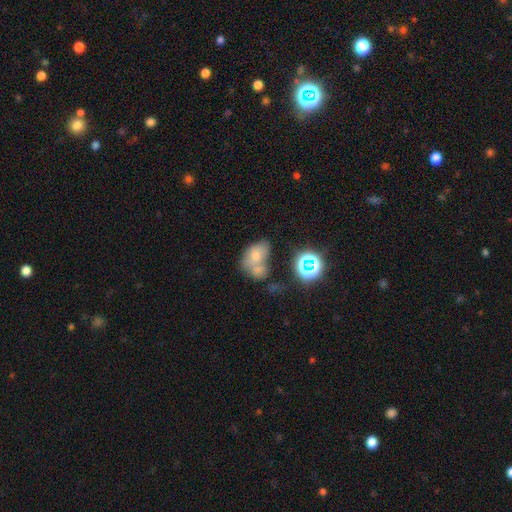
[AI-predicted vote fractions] Smooth or featured: smooth — 64% (featured or disk — 20%)
How rounded: in between — 77% (round — 21%)
Merging: merger — 53% (none — 26%)